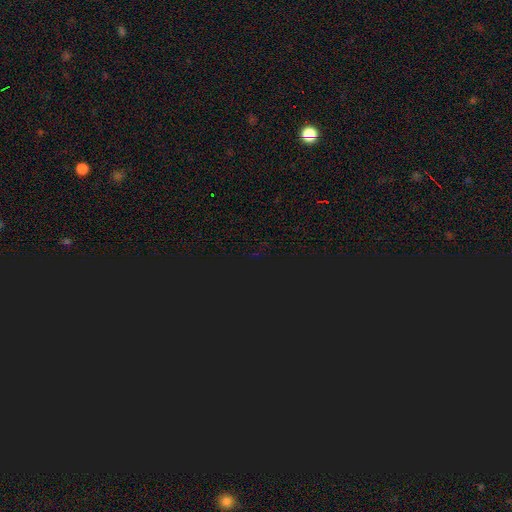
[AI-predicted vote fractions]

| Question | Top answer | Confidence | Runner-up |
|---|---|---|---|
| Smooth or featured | star or artifact | 81% | smooth (13%) |